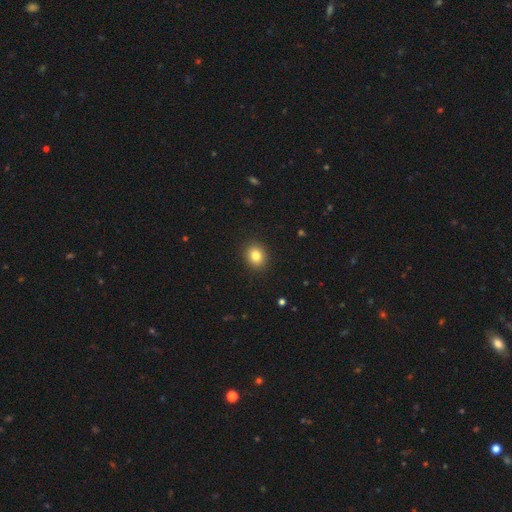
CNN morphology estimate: Smooth or featured?
  - smooth: 83% *
  - star or artifact: 11%
  - featured or disk: 7%
How rounded?
  - round: 66% *
  - in between: 33%
  - cigar-shaped: 1%
Merging?
  - none: 91% *
  - minor disturbance: 6%
  - major disturbance: 2%
  - merger: 1%